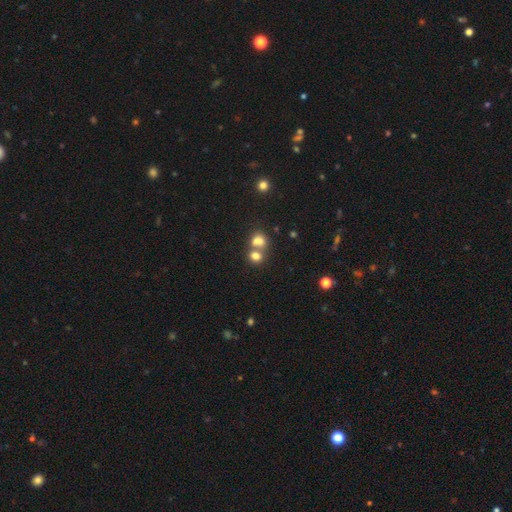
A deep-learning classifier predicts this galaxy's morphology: The model was most divided on "merging": merger: 53%, none: 36%, minor disturbance: 7%, major disturbance: 4%. More confident: smooth or featured — smooth (76%); how rounded — round (62%).